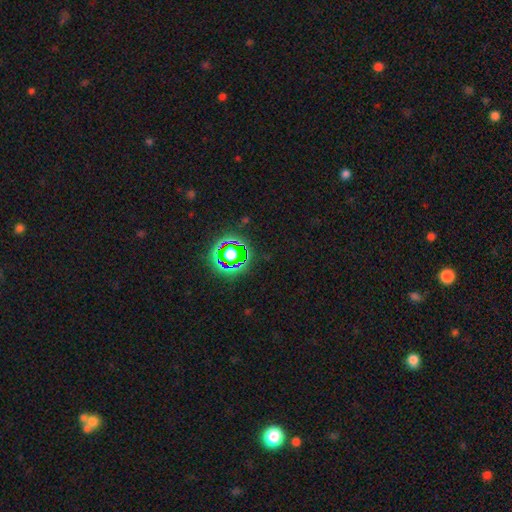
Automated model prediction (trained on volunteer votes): Morphology: type=star or artifact (78%).